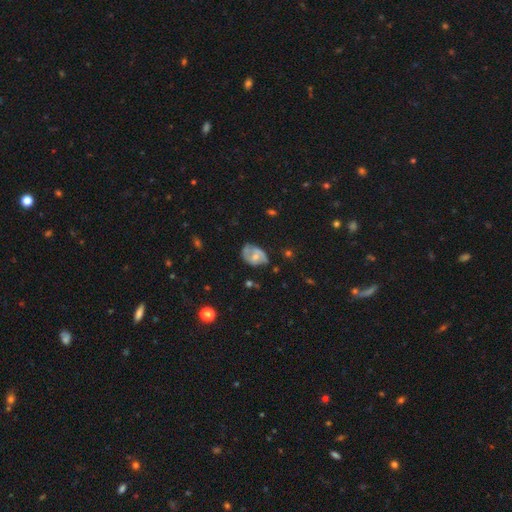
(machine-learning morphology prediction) Overall: featured or disk (53%; smooth 39%). Edge-on disk: no (97%). Bar: no (68%). Spiral arms: yes (57%; no 43%). Bulge size: moderate (47%; small 43%). Merging: none (44%; minor disturbance 33%).